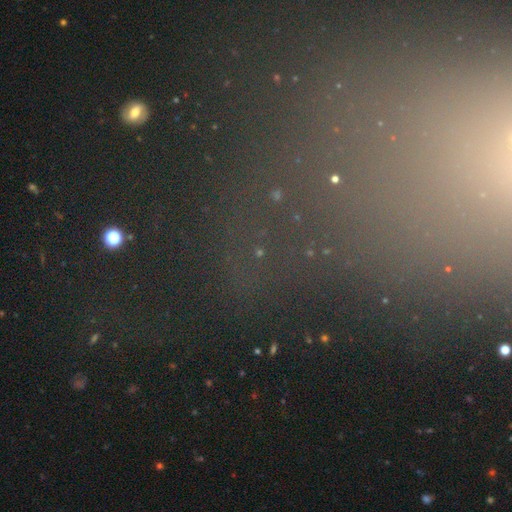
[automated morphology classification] The model was most divided on "smooth or featured": star or artifact: 68%, smooth: 19%, featured or disk: 13%.